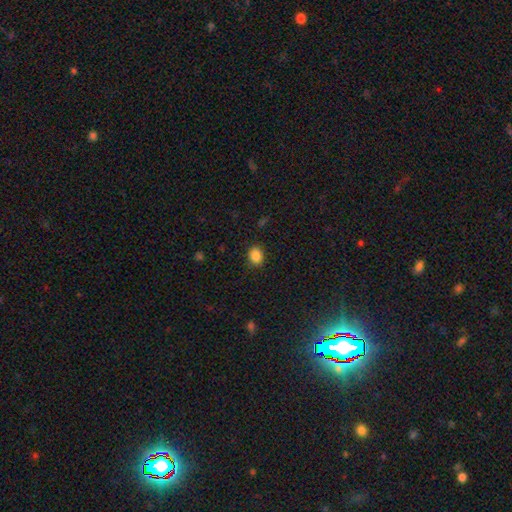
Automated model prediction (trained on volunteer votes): A smooth galaxy with no disk features (87%) that is in between round and cigar-shaped (57%). Merging: none (87%).